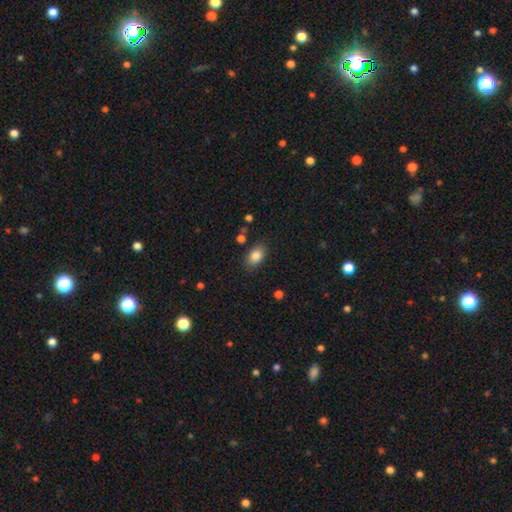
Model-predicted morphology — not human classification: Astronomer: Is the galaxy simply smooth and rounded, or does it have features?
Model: smooth — 84%.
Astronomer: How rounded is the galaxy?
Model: in between — 86%.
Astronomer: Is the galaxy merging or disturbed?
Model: none — 84%.